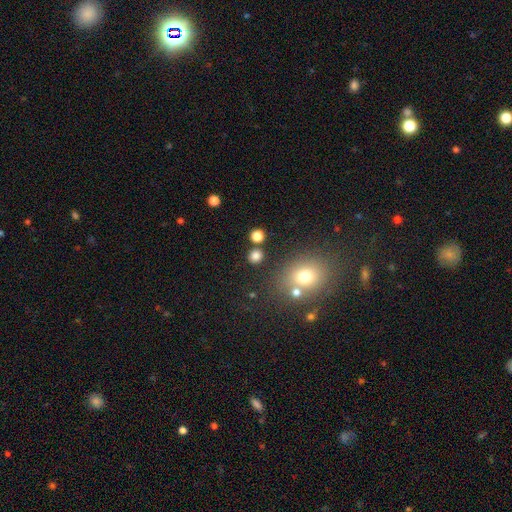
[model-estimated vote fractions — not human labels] This is likely a smooth galaxy (79%). How rounded: clearly round (84%). Merging: clearly none (81%).